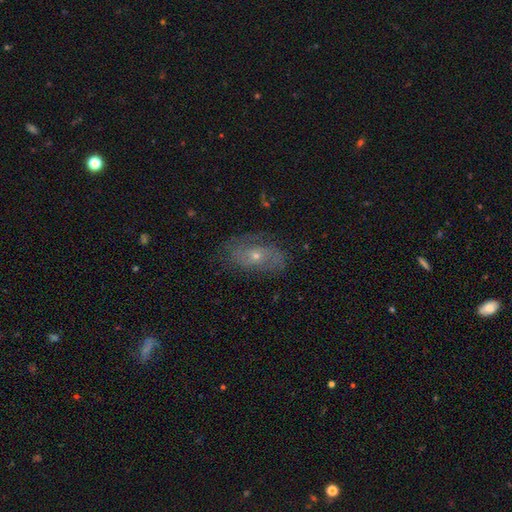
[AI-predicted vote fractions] Smooth or featured? featured or disk (68%)
Edge-on disk? no (94%)
Bar? no (73%)
Spiral arms? yes (82%)
Spiral winding? medium (42%)
Spiral arm count? 2 (62%)
Bulge size? small (58%)
Merging? none (70%)